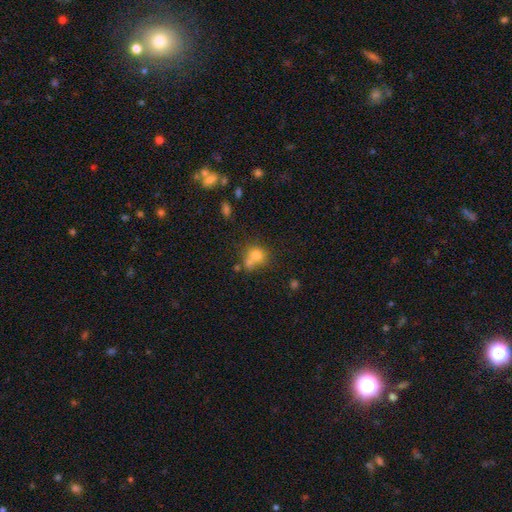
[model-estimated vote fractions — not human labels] Q: Smooth or featured?
A: smooth (73%); runner-up: featured or disk (14%)
Q: How rounded?
A: round (68%); runner-up: in between (31%)
Q: Merging?
A: merger (39%); runner-up: none (38%)